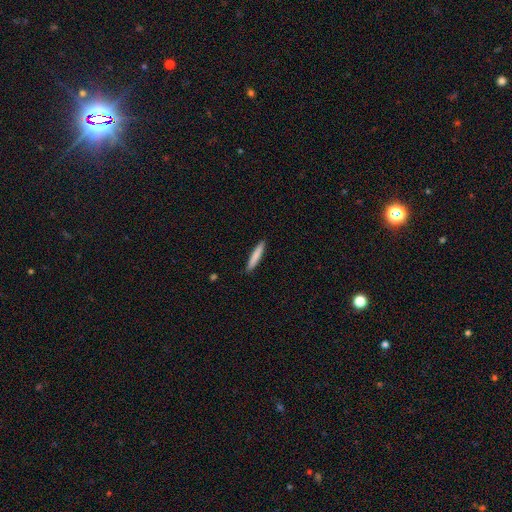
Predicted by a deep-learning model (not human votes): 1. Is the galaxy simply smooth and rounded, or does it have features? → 80% smooth, 15% featured or disk, 5% star or artifact.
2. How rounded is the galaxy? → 94% cigar-shaped, 5% in between, 1% round.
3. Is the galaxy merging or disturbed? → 91% none, 6% minor disturbance, 1% major disturbance, 1% merger.